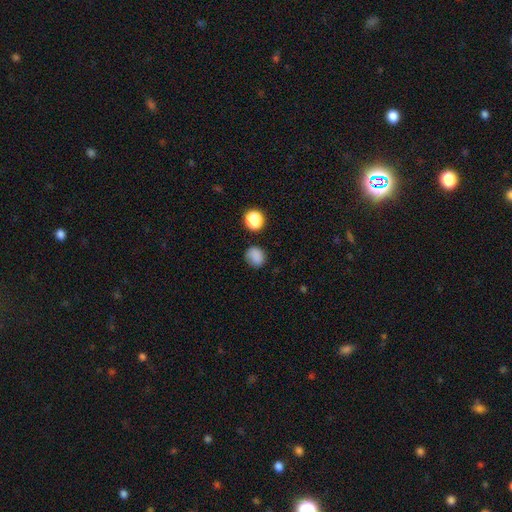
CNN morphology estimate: A smooth galaxy with no disk features (83%) that is round (76%).

Vote fractions:
- Smooth or featured? smooth: 83% / star or artifact: 13% / featured or disk: 5%
- How rounded? round: 76% / in between: 23% / cigar-shaped: 1%
- Merging? none: 77% / minor disturbance: 15% / major disturbance: 4% / merger: 3%